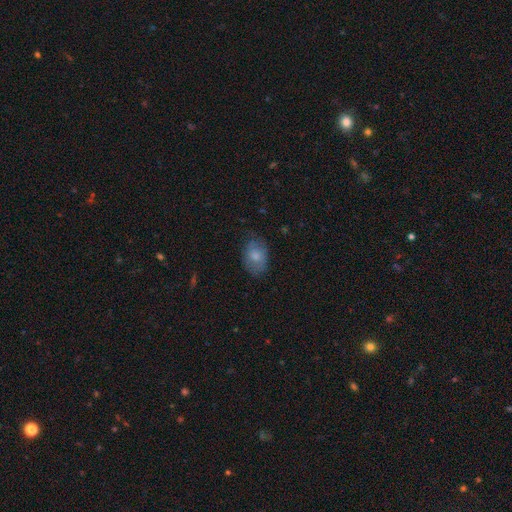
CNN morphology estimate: This is likely a smooth galaxy (77%). How rounded: likely in between (80%). Merging: likely none (71%).